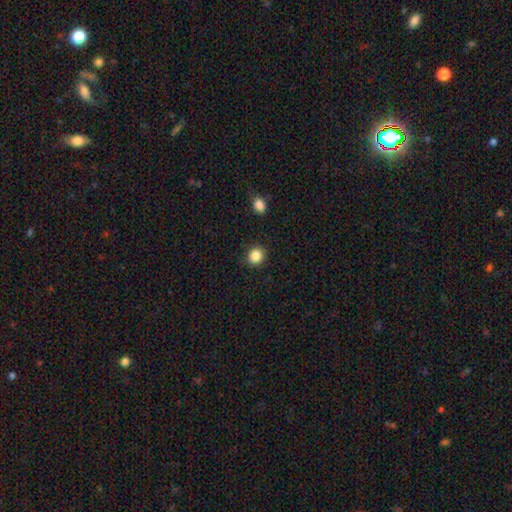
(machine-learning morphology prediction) Q: Smooth or featured?
A: smooth (86%); runner-up: star or artifact (10%)
Q: How rounded?
A: round (83%); runner-up: in between (16%)
Q: Merging?
A: none (89%); runner-up: minor disturbance (7%)